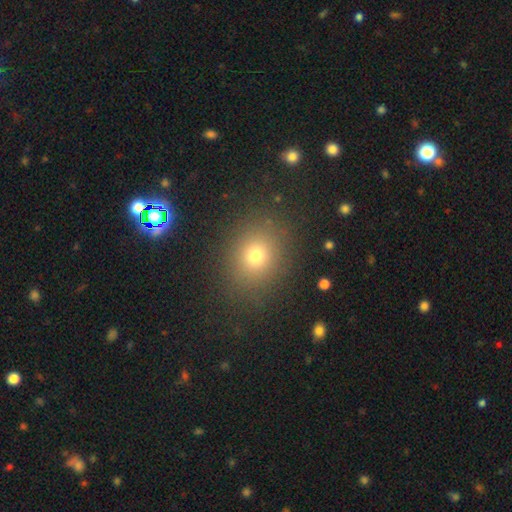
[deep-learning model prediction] Smooth or featured?
  - smooth: 72% *
  - star or artifact: 19%
  - featured or disk: 9%
How rounded?
  - round: 66% *
  - in between: 33%
  - cigar-shaped: 1%
Merging?
  - none: 87% *
  - minor disturbance: 8%
  - major disturbance: 3%
  - merger: 2%